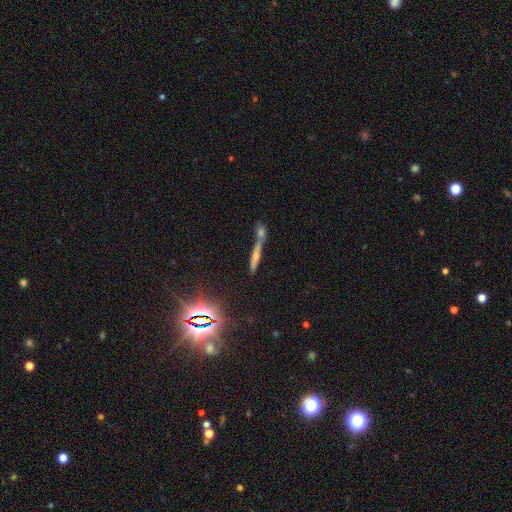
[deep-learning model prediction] This appears to be a smooth galaxy with no disk features (50%). Merging: merger (49%).